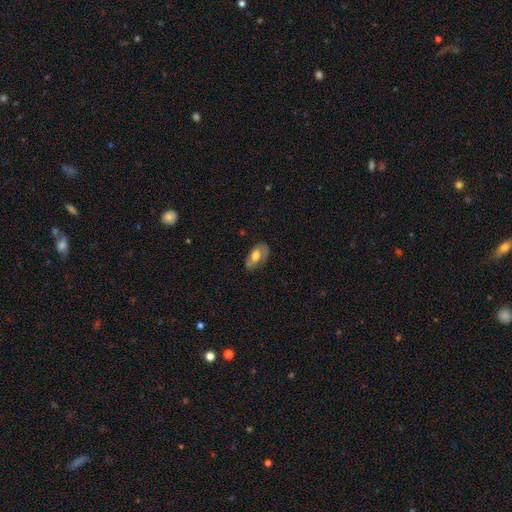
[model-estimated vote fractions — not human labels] A smooth galaxy with no disk features (59%) that is in between round and cigar-shaped (90%). Merging: none (61%).